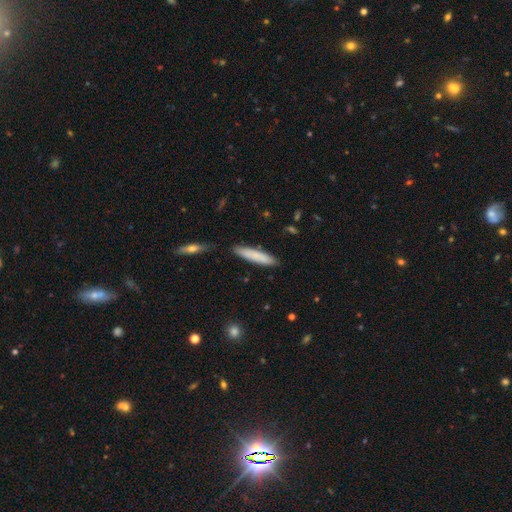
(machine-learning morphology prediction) Overall: smooth (78%). How rounded: cigar-shaped (86%). Merging: none (85%).